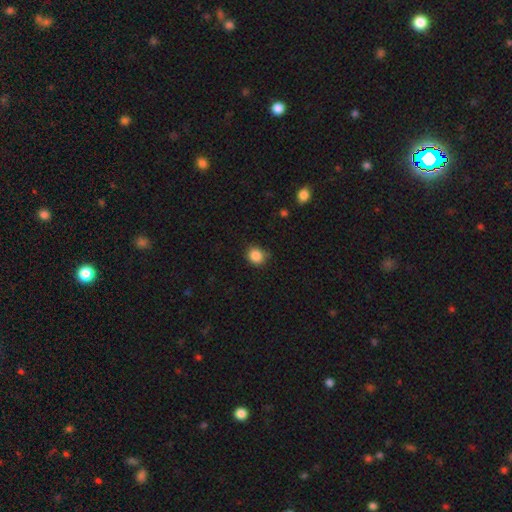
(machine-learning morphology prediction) Smooth or featured: smooth — 86% (star or artifact — 10%)
How rounded: round — 81% (in between — 18%)
Merging: none — 79% (minor disturbance — 17%)